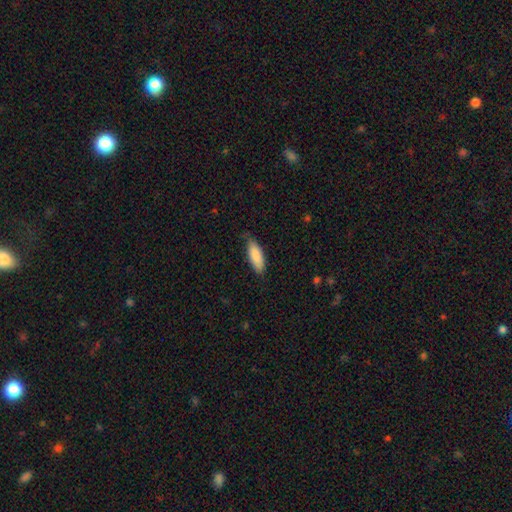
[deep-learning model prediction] Smooth or featured?
  - smooth: 87% *
  - featured or disk: 7%
  - star or artifact: 6%
How rounded?
  - in between: 67% *
  - cigar-shaped: 32%
  - round: 2%
Merging?
  - none: 73% *
  - minor disturbance: 22%
  - major disturbance: 3%
  - merger: 1%